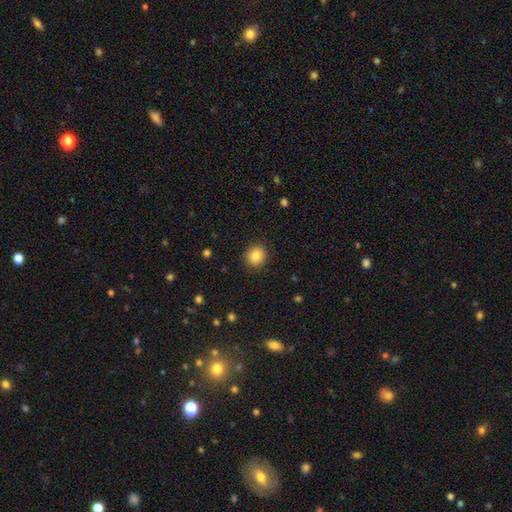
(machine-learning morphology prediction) smooth 84%, star or artifact 10%, featured or disk 6%. Down the decision tree: how rounded — round (86%); merging — none (89%).